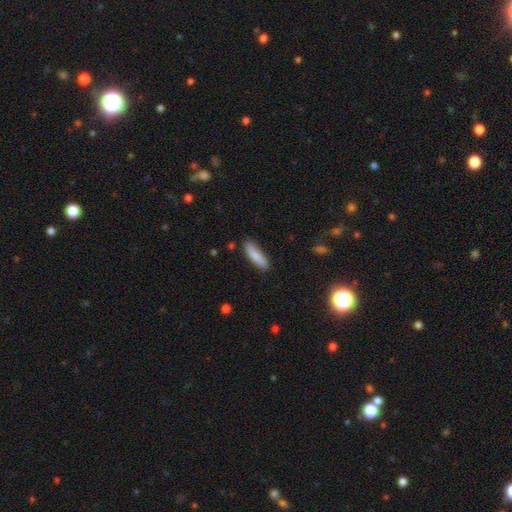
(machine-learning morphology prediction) The model was most divided on "how rounded": cigar-shaped: 67%, in between: 31%, round: 2%. More confident: smooth or featured — smooth (84%); merging — none (84%).